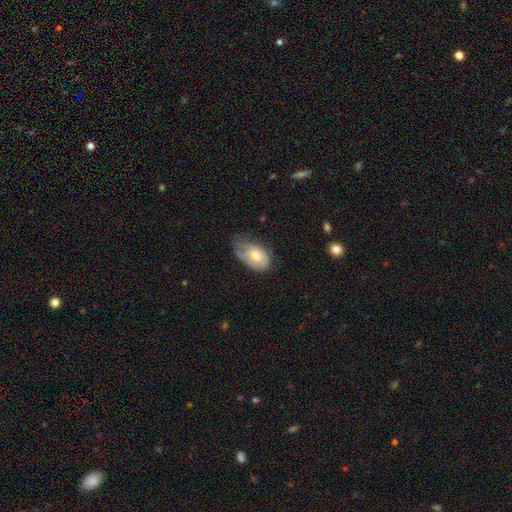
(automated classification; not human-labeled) smooth_or_featured: smooth (p=0.56) [alt: featured or disk p=0.37]
how_rounded: in between (p=0.87) [alt: round p=0.12]
merging: minor disturbance (p=0.42) [alt: none p=0.33]